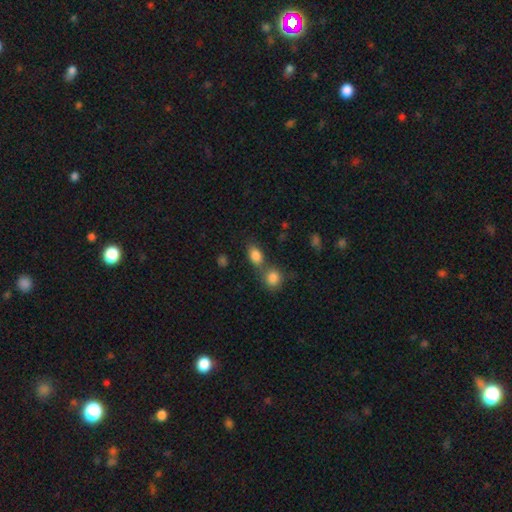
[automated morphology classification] A smooth galaxy with no disk features (84%) that is in between round and cigar-shaped (78%). Merging: none (44%).